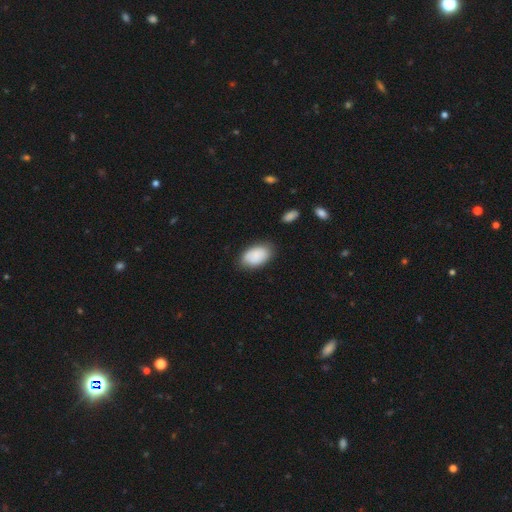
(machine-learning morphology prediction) This appears to be a smooth galaxy with no disk features (86%) that is in between round and cigar-shaped (92%). Merging: none (78%).